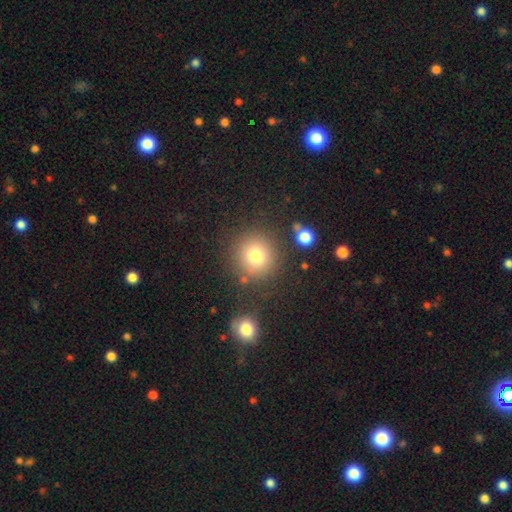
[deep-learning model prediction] Morphology: type=smooth (78%); roundness=round (93%); merging=none (82%).